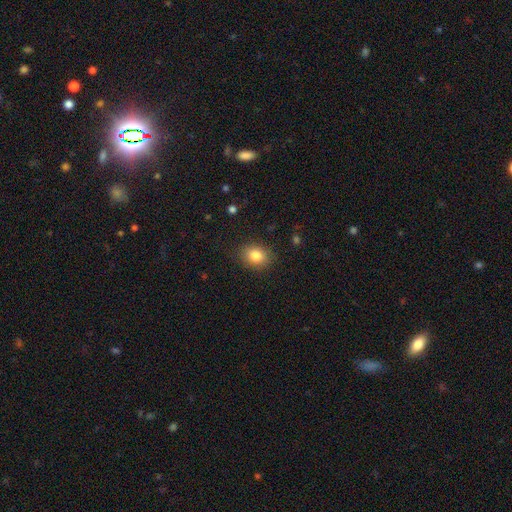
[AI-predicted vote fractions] Q: Smooth or featured?
A: smooth (83%); runner-up: star or artifact (9%)
Q: How rounded?
A: in between (58%); runner-up: round (41%)
Q: Merging?
A: none (86%); runner-up: minor disturbance (10%)